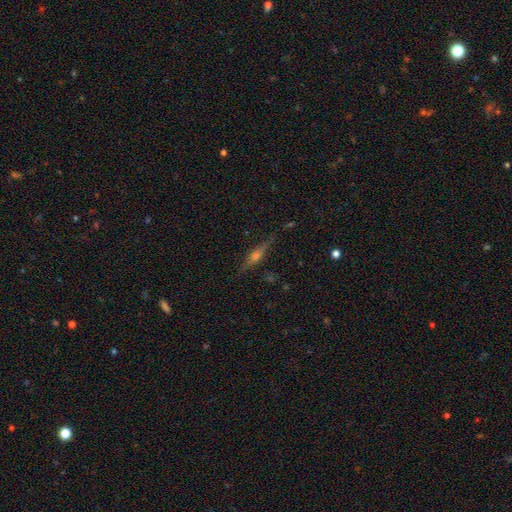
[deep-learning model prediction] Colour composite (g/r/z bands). It shows a featured or disk galaxy (78%) viewed edge-on (97%) with a rounded central bulge (91%). Merging: none (87%).